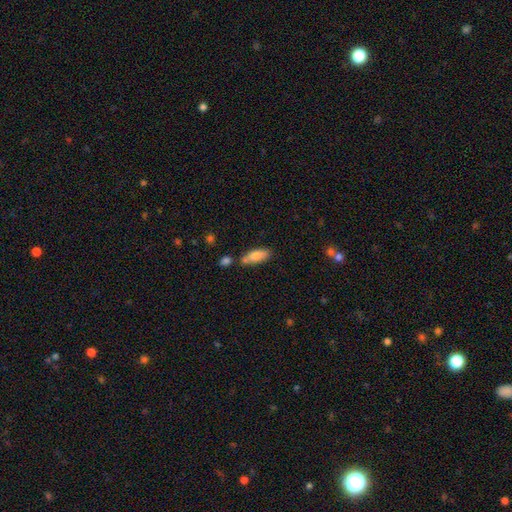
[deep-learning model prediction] Smooth or featured: smooth — 79% (featured or disk — 14%)
How rounded: in between — 68% (cigar-shaped — 30%)
Merging: none — 63% (merger — 17%)